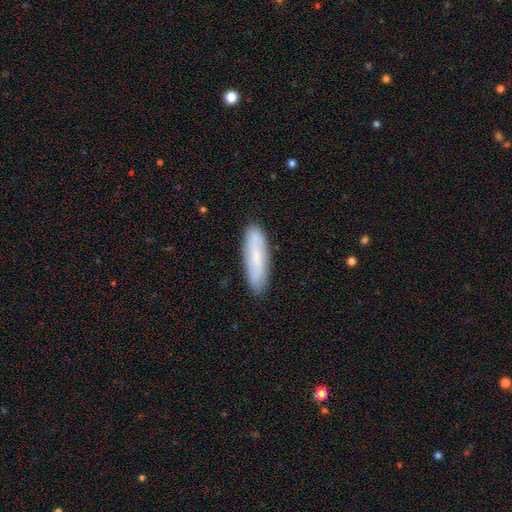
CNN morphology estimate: Overall: smooth (62%; featured or disk 31%). How rounded: cigar-shaped (62%; in between 36%). Merging: none (86%).